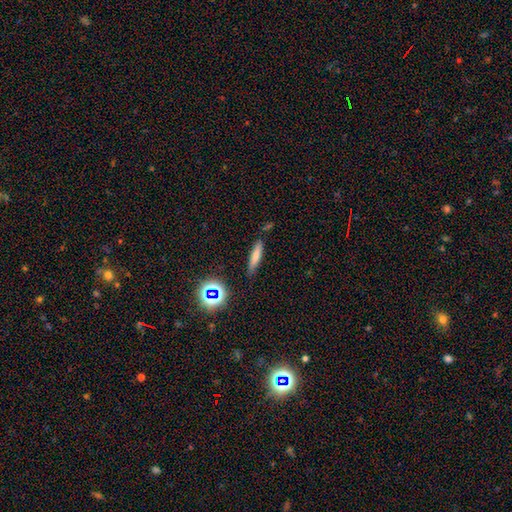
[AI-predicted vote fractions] Smooth or featured? Predicted: smooth (p=0.70). How rounded? Predicted: cigar-shaped (p=0.82). Merging? Predicted: none (p=0.82).